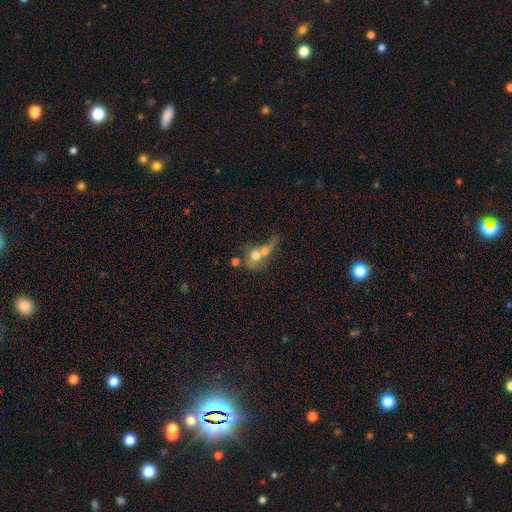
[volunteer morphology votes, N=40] A smooth galaxy with no disk features (60%) that is round (79%).

Vote fractions:
- Smooth or featured? smooth: 60% / featured or disk: 35% / star or artifact: 5%
- How rounded? round: 79% / in between: 21% / cigar-shaped: 0%
- Merging? merger: 71% / none: 18% / minor disturbance: 5% / major disturbance: 5%